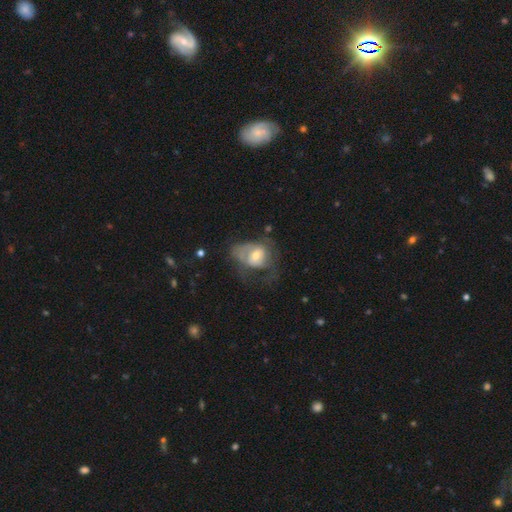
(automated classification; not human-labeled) Q: Smooth or featured?
A: featured or disk (51%); runner-up: smooth (40%)
Q: Edge-on disk?
A: no (96%); runner-up: yes (4%)
Q: Merging?
A: major disturbance (48%); runner-up: none (26%)